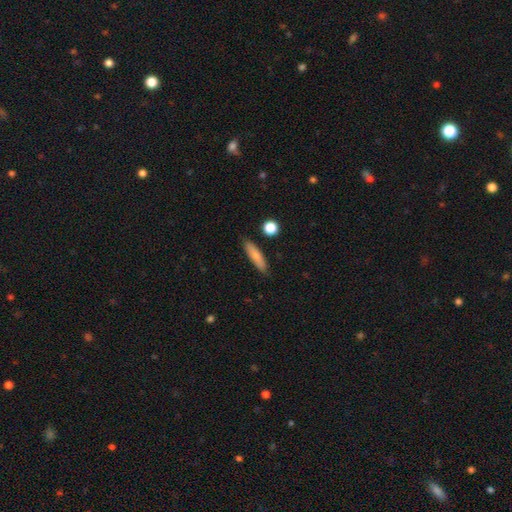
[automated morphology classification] This is likely a smooth galaxy (77%). How rounded: likely cigar-shaped (73%). Merging: clearly none (85%).